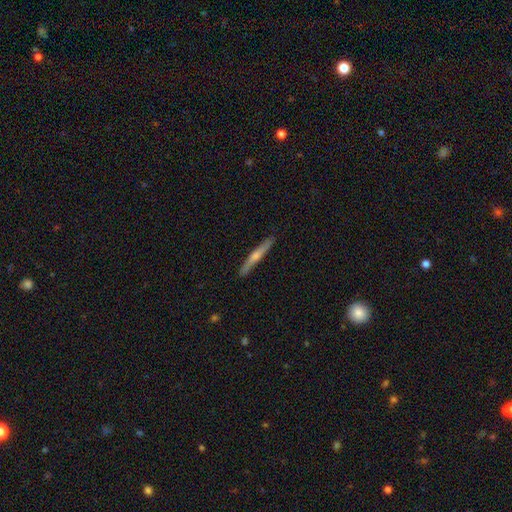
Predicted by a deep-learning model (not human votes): The model was most divided on "smooth or featured": featured or disk: 60%, smooth: 35%, star or artifact: 6%. More confident: edge-on disk — yes (97%); merging — none (90%); edge-on bulge — rounded (76%).